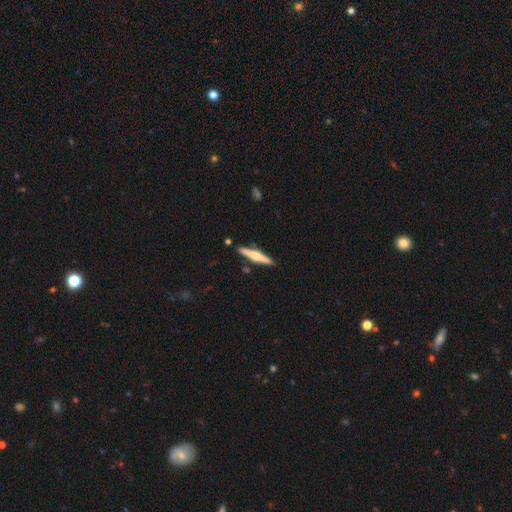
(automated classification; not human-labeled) smooth-or-featured: featured or disk: 52% | smooth: 42% | star or artifact: 5%
  disk-edge-on: yes: 97% | no: 3%
    edge-on-bulge: rounded: 80% | none: 10% | boxy: 10%
  merging: none: 88% | minor disturbance: 8% | merger: 2% | major disturbance: 2%